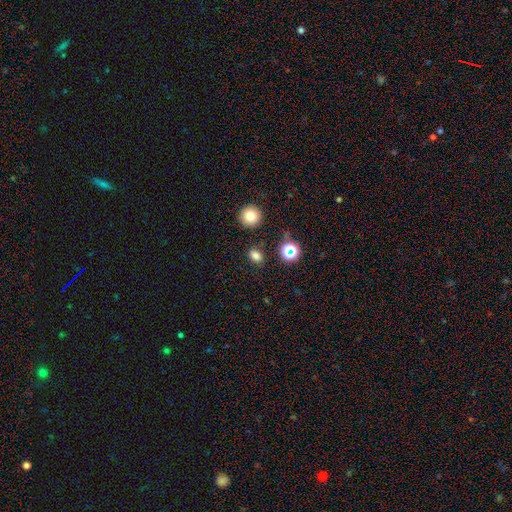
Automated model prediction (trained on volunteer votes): A smooth galaxy with no disk features (75%) that is in between round and cigar-shaped (59%). Merging: none (84%).